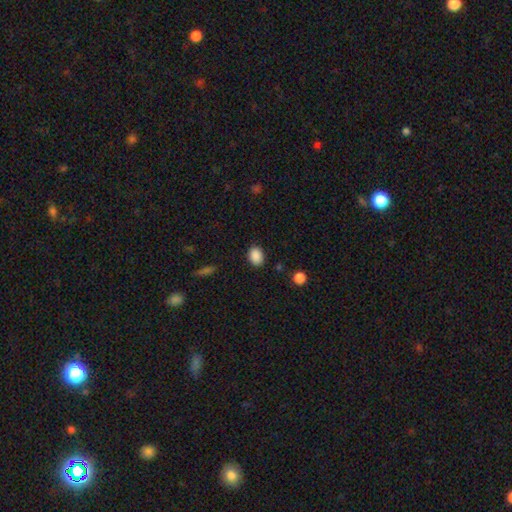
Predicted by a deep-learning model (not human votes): Q: Smooth or featured?
A: smooth (88%); runner-up: star or artifact (9%)
Q: How rounded?
A: in between (71%); runner-up: round (28%)
Q: Merging?
A: none (86%); runner-up: minor disturbance (10%)